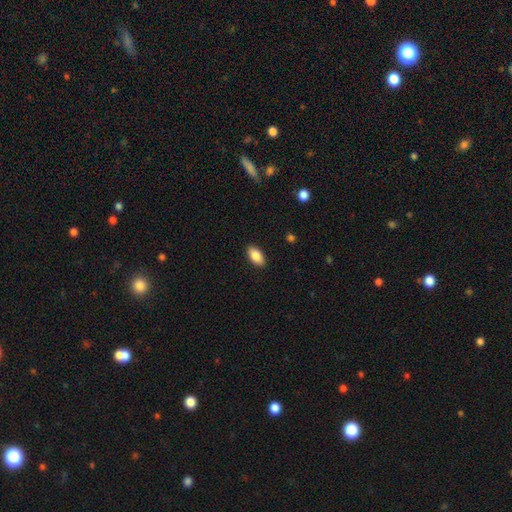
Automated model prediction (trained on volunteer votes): Morphology: type=smooth (85%); roundness=in between (93%); merging=none (89%).